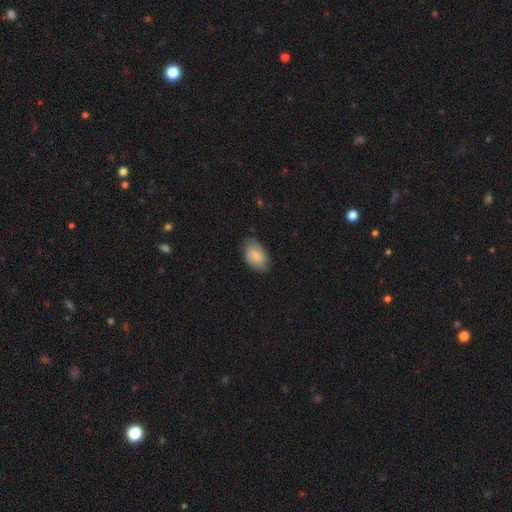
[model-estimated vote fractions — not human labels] Q: Smooth or featured?
A: smooth (69%); runner-up: featured or disk (24%)
Q: How rounded?
A: in between (90%); runner-up: round (9%)
Q: Merging?
A: none (75%); runner-up: minor disturbance (20%)